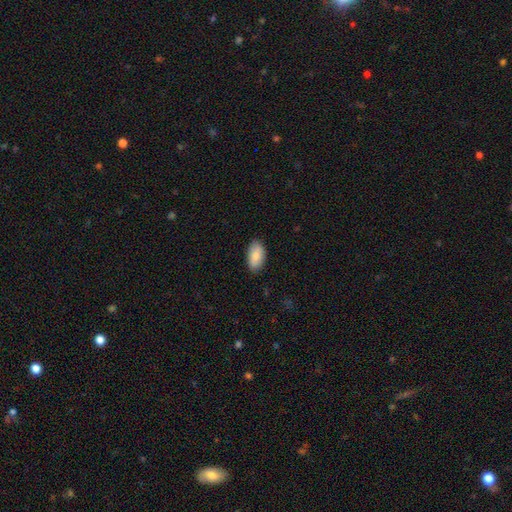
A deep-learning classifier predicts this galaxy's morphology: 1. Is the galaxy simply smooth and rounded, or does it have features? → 83% smooth, 11% featured or disk, 6% star or artifact.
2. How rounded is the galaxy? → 94% in between, 3% cigar-shaped, 3% round.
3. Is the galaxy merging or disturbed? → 86% none, 11% minor disturbance, 2% major disturbance, 1% merger.